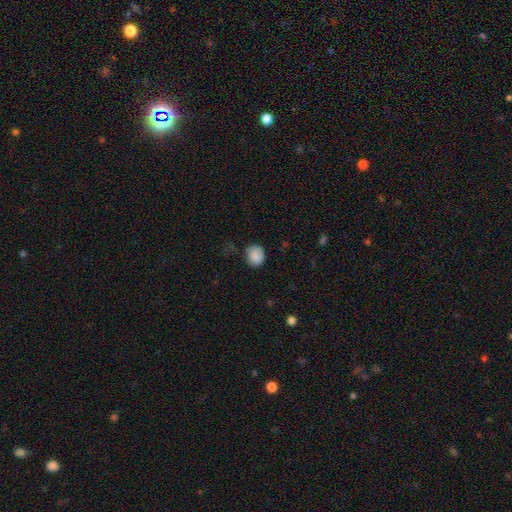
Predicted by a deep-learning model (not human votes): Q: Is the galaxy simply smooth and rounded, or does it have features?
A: smooth — 86%.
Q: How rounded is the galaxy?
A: round — 66%.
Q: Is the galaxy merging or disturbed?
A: none — 71%.